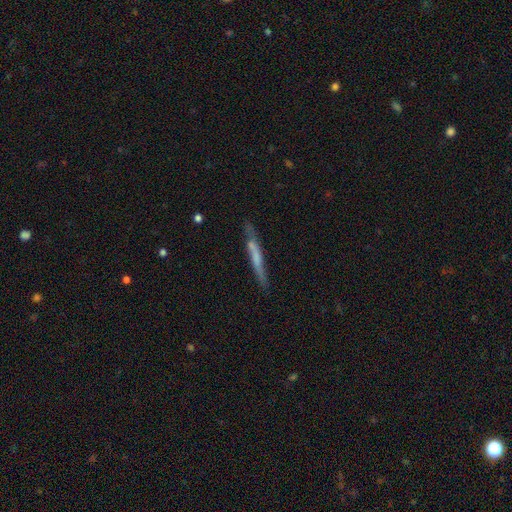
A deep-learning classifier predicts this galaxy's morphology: A featured or disk galaxy (49%). Merging: none (74%).